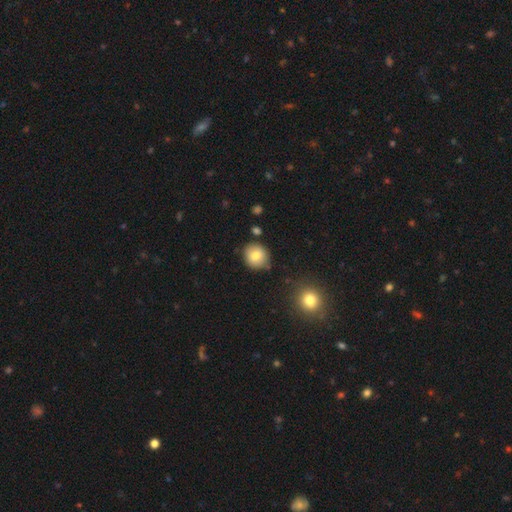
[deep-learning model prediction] smooth-or-featured: smooth: 80% | featured or disk: 10% | star or artifact: 10%
  how-rounded: round: 86% | in between: 13% | cigar-shaped: 1%
  merging: none: 81% | minor disturbance: 12% | merger: 4% | major disturbance: 3%